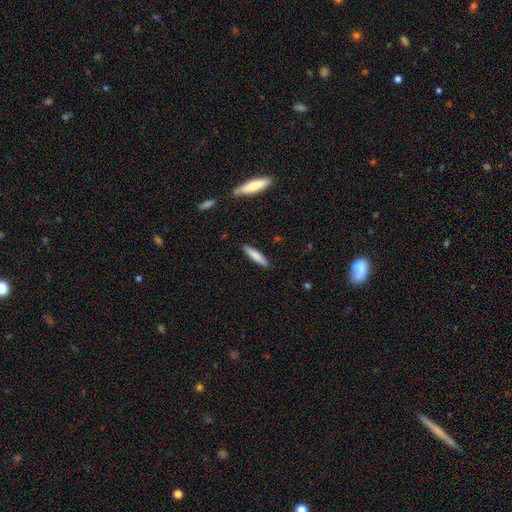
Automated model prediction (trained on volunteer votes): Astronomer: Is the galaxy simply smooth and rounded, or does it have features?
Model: smooth — 79%.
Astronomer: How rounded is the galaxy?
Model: cigar-shaped — 84%.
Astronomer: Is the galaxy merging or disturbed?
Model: none — 89%.